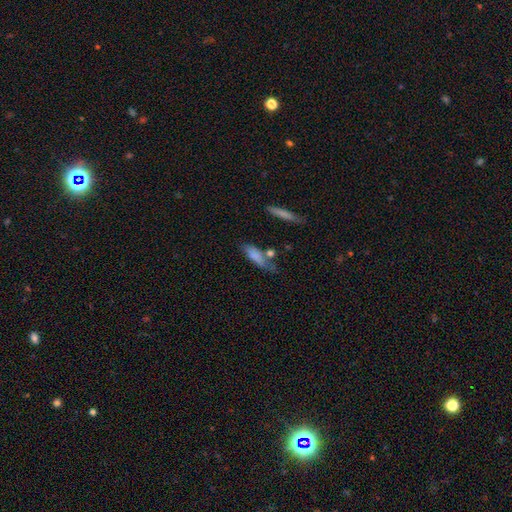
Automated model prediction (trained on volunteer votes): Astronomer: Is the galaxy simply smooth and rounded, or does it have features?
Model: smooth — 73%.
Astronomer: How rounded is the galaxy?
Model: cigar-shaped — 51% (runner-up: in between, 46%).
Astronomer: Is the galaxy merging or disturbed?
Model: none — 45% (runner-up: minor disturbance, 26%).